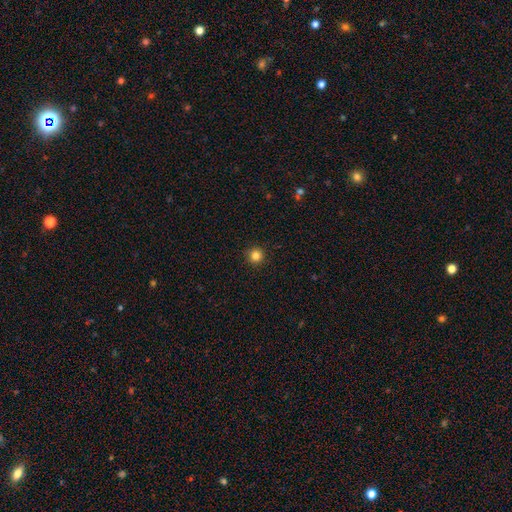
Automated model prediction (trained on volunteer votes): This appears to be a smooth galaxy with no disk features (83%) that is round (95%). Merging: none (92%).